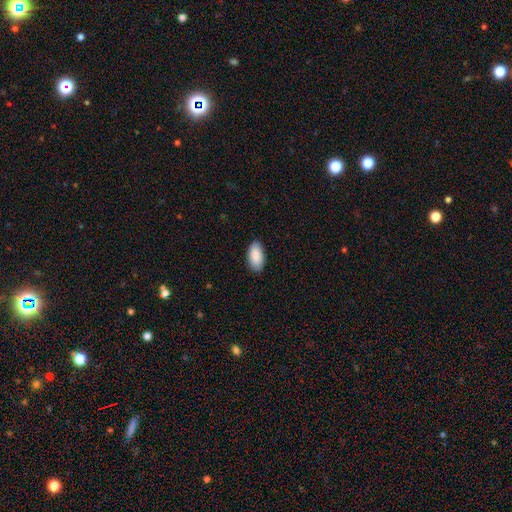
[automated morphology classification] Smooth or featured?
  - smooth: 88% *
  - featured or disk: 6%
  - star or artifact: 6%
How rounded?
  - in between: 95% *
  - cigar-shaped: 3%
  - round: 3%
Merging?
  - none: 87% *
  - minor disturbance: 10%
  - major disturbance: 2%
  - merger: 1%